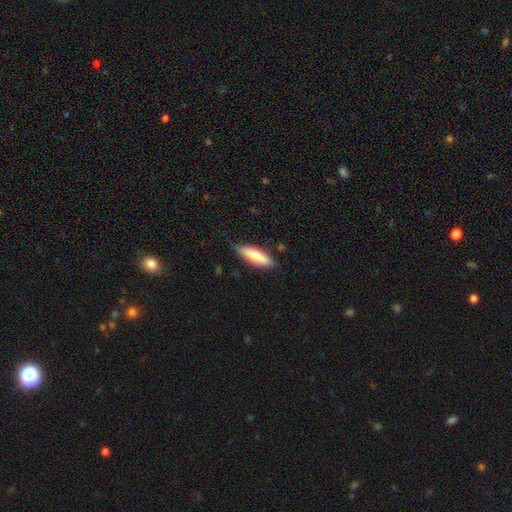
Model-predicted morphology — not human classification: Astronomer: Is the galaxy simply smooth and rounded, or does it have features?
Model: smooth — 77%.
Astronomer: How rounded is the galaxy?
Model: cigar-shaped — 55% (runner-up: in between, 43%).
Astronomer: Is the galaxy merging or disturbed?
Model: none — 76%.